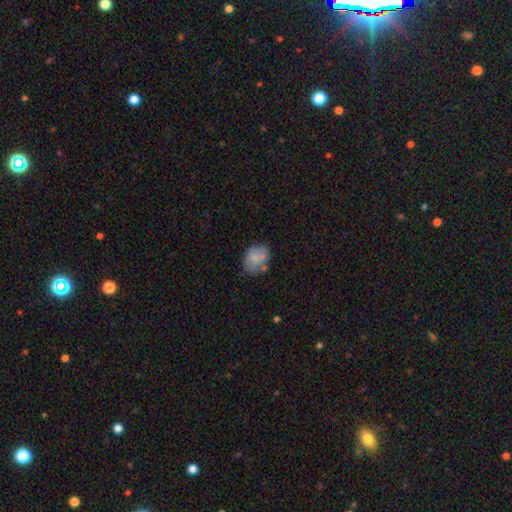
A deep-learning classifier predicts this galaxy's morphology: smooth-or-featured: smooth: 75% | featured or disk: 17% | star or artifact: 9%
  how-rounded: in between: 65% | round: 34% | cigar-shaped: 1%
  merging: none: 59% | minor disturbance: 25% | merger: 9% | major disturbance: 7%